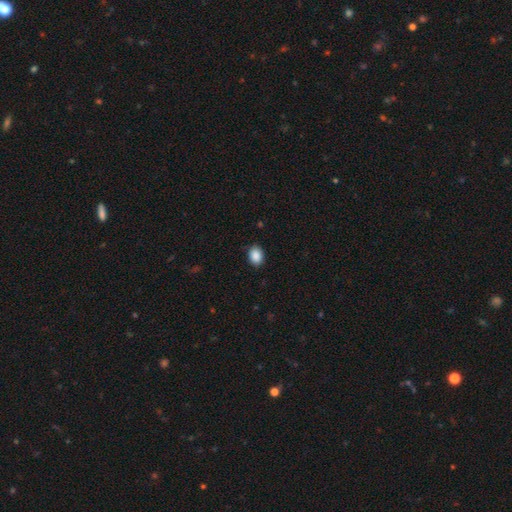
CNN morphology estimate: This is clearly a smooth galaxy (89%). How rounded: likely in between (63%). Merging: clearly none (87%).